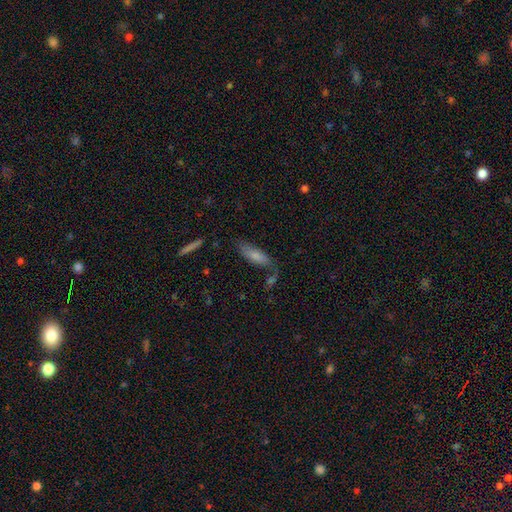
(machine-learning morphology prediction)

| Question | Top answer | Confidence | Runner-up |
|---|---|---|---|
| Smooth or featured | smooth | 72% | featured or disk (21%) |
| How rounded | in between | 56% | cigar-shaped (42%) |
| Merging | none | 58% | minor disturbance (22%) |